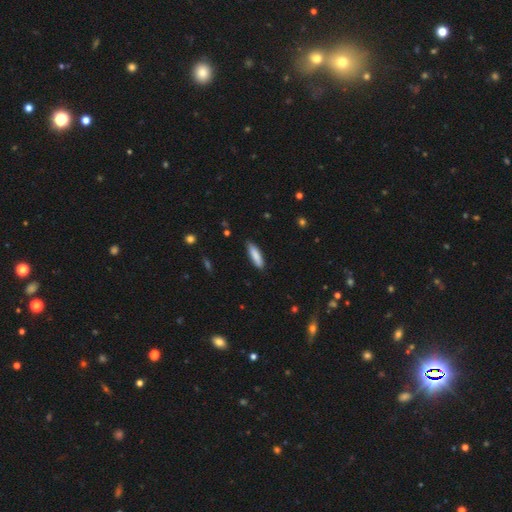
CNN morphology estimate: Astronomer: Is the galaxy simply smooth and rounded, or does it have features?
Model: smooth — 84%.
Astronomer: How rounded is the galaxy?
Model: cigar-shaped — 65%.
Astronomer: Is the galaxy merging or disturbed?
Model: none — 86%.